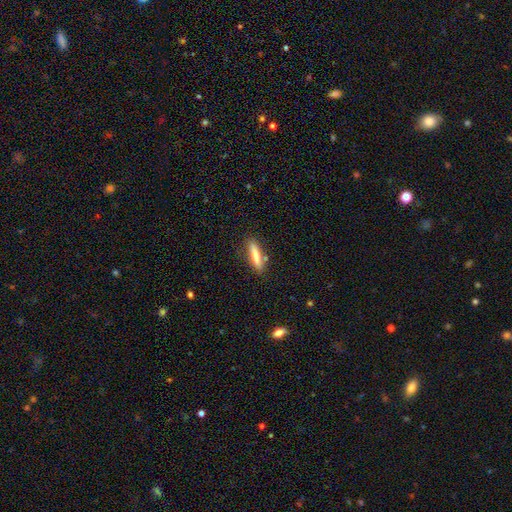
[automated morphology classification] Smooth or featured?
  - smooth: 71% *
  - featured or disk: 22%
  - star or artifact: 7%
How rounded?
  - cigar-shaped: 79% *
  - in between: 19%
  - round: 2%
Merging?
  - none: 82% *
  - minor disturbance: 11%
  - merger: 5%
  - major disturbance: 2%